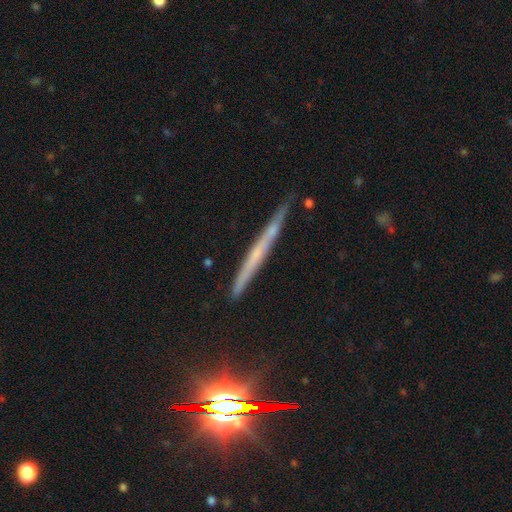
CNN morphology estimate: A featured or disk galaxy (56%) viewed edge-on (95%) with no central bulge (78%). Merging: none (82%).